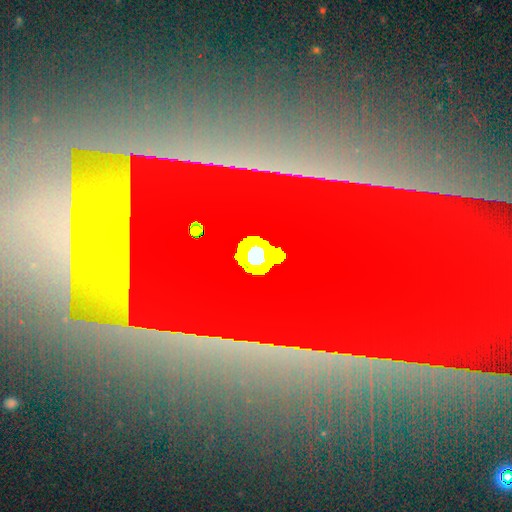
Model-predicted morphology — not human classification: smooth-or-featured: star or artifact: 74% | featured or disk: 15% | smooth: 11%